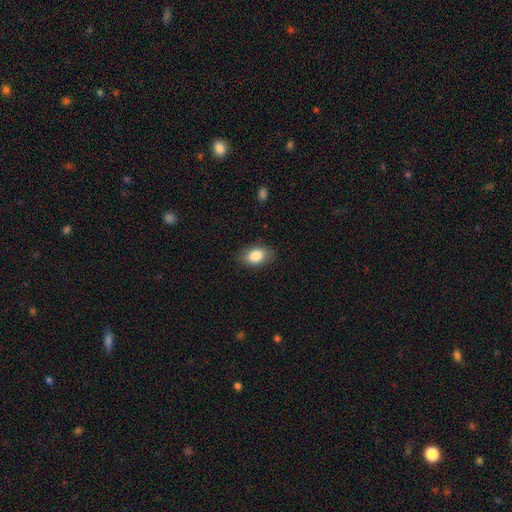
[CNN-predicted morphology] The model was most divided on "merging": none: 82%, minor disturbance: 14%, major disturbance: 3%, merger: 1%. More confident: how rounded — in between (87%); smooth or featured — smooth (84%).